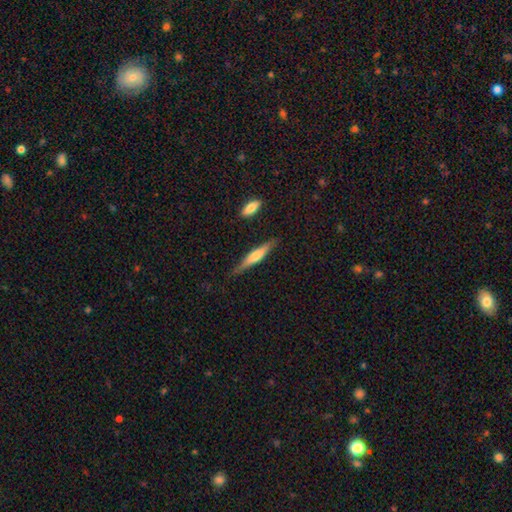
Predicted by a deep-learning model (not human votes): Overall: featured or disk (47%, tied with smooth). Merging: none (81%).